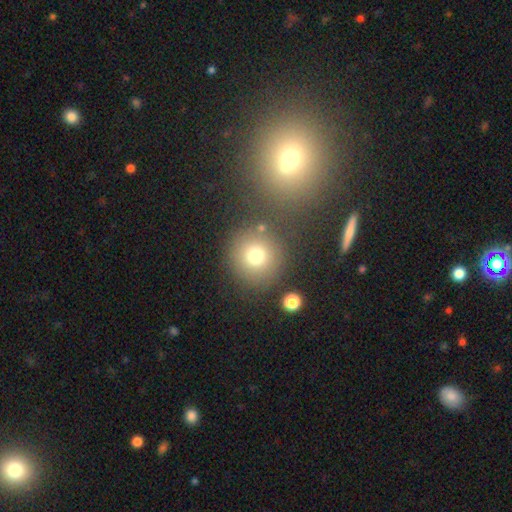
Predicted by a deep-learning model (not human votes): Q: Smooth or featured?
A: smooth (74%); runner-up: star or artifact (16%)
Q: How rounded?
A: round (92%); runner-up: in between (7%)
Q: Merging?
A: none (79%); runner-up: minor disturbance (9%)